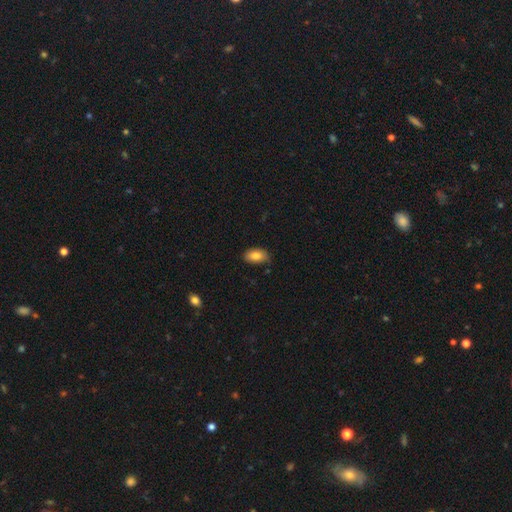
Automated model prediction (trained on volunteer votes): Smooth or featured?
  - smooth: 83% *
  - featured or disk: 9%
  - star or artifact: 8%
How rounded?
  - in between: 92% *
  - round: 6%
  - cigar-shaped: 2%
Merging?
  - none: 78% *
  - minor disturbance: 18%
  - major disturbance: 3%
  - merger: 2%